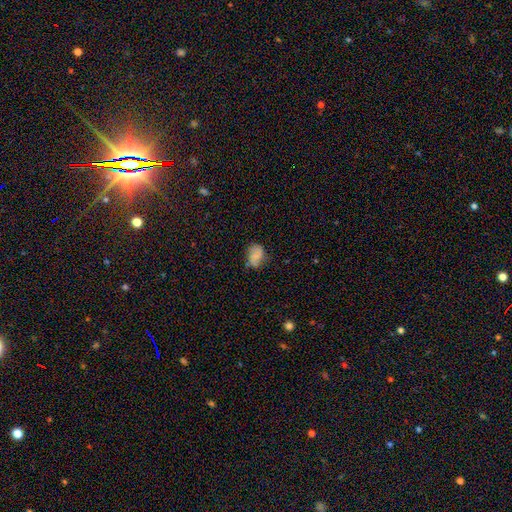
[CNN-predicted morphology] A smooth galaxy with no disk features (56%) that is in between round and cigar-shaped (69%). Merging: none (56%).